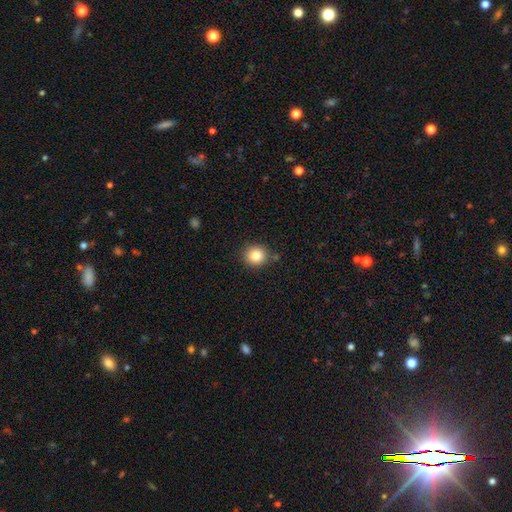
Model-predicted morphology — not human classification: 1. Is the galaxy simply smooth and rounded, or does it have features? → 83% smooth, 11% star or artifact, 6% featured or disk.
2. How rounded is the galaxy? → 90% round, 9% in between, 1% cigar-shaped.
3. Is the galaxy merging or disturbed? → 85% none, 9% minor disturbance, 3% merger, 2% major disturbance.